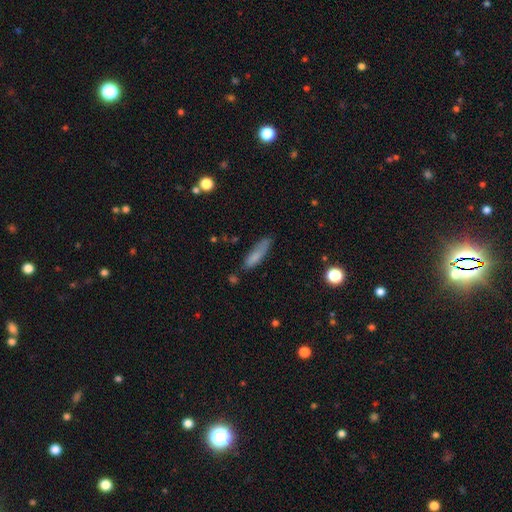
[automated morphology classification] This appears to be a smooth galaxy with no disk features (77%) that is cigar-shaped (73%). Merging: none (65%).